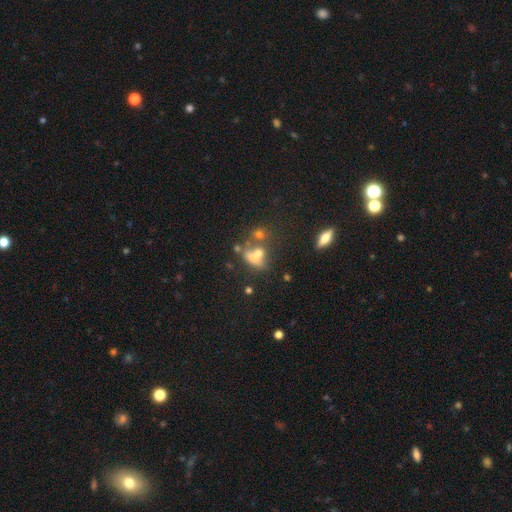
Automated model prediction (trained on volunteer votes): This is possibly a smooth galaxy (54%). How rounded: possibly in between (60%). Merging: marginally merger (44%).